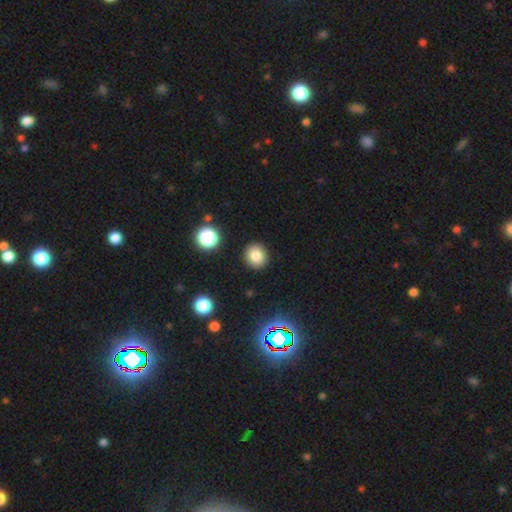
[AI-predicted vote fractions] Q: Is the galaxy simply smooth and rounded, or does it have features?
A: smooth — 81%.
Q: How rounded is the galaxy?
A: round — 88%.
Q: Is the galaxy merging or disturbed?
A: none — 90%.